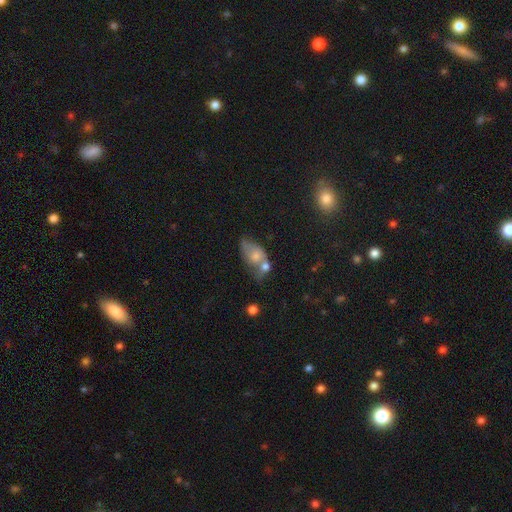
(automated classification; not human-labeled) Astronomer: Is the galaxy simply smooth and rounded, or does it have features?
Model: smooth — 55% (runner-up: featured or disk, 35%).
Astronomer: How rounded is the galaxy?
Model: in between — 83%.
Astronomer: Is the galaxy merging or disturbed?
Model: merger — 46% (runner-up: none, 22%).